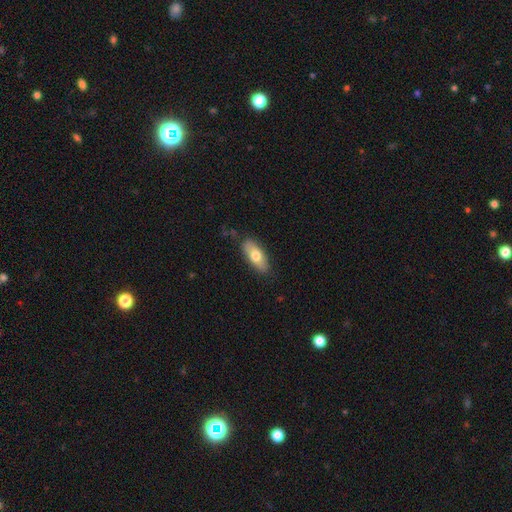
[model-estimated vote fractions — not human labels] Smooth or featured?
  - smooth: 71% *
  - featured or disk: 23%
  - star or artifact: 6%
How rounded?
  - in between: 80% *
  - cigar-shaped: 17%
  - round: 3%
Merging?
  - none: 83% *
  - minor disturbance: 13%
  - major disturbance: 2%
  - merger: 1%